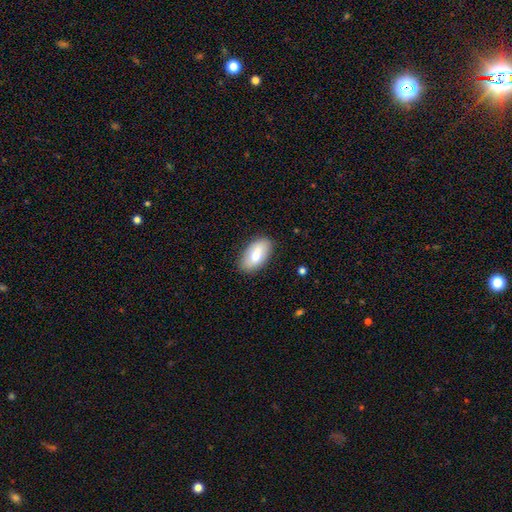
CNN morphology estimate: smooth 72%, featured or disk 21%, star or artifact 6%. Down the decision tree: how rounded — in between (94%); merging — none (87%).